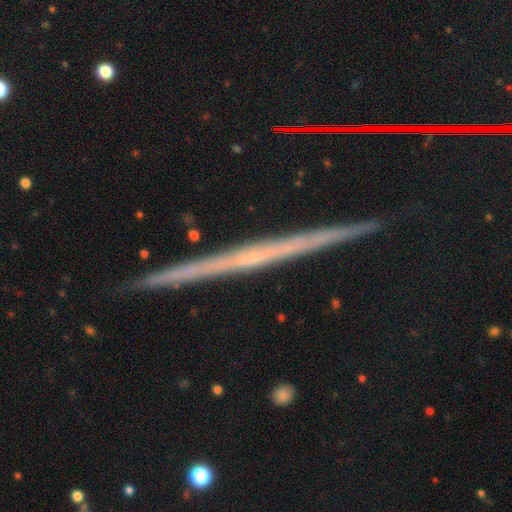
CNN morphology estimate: This is likely a featured or disk galaxy (69%). It is clearly viewed edge-on (98%). Edge-on bulge: likely none (78%). Merging: clearly none (91%).